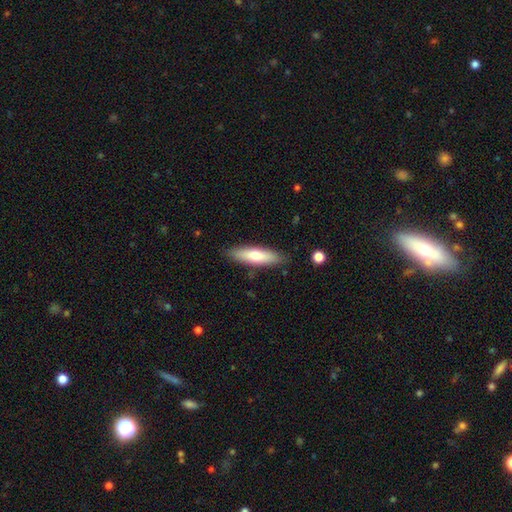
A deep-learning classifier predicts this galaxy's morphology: smooth_or_featured: smooth (p=0.68) [alt: featured or disk p=0.26]
how_rounded: cigar-shaped (p=0.64) [alt: in between p=0.35]
merging: none (p=0.86) [alt: minor disturbance p=0.10]